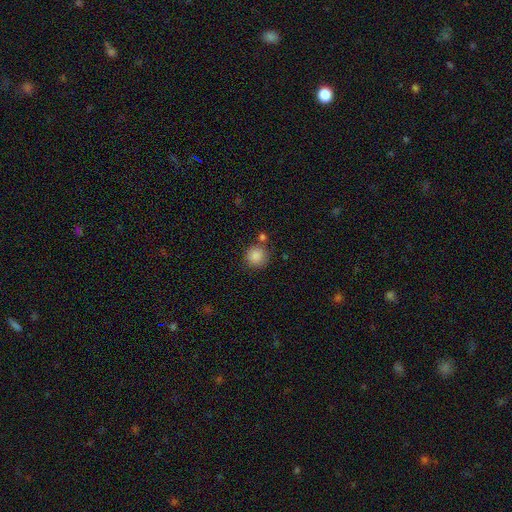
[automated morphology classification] A smooth galaxy with no disk features (87%) that is round (92%). Merging: none (76%).